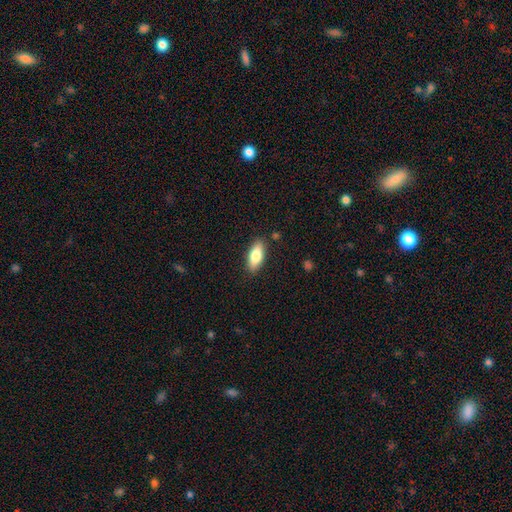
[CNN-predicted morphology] smooth-or-featured: smooth: 77% | featured or disk: 17% | star or artifact: 6%
  how-rounded: in between: 78% | cigar-shaped: 20% | round: 2%
  merging: none: 86% | minor disturbance: 10% | major disturbance: 2% | merger: 2%